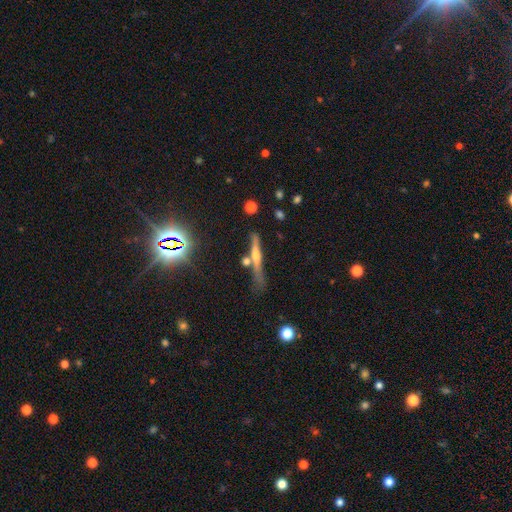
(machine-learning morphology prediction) Overall: featured or disk (56%; smooth 32%). Edge-on disk: yes (93%). Edge-on bulge: rounded (77%). Merging: none (66%).